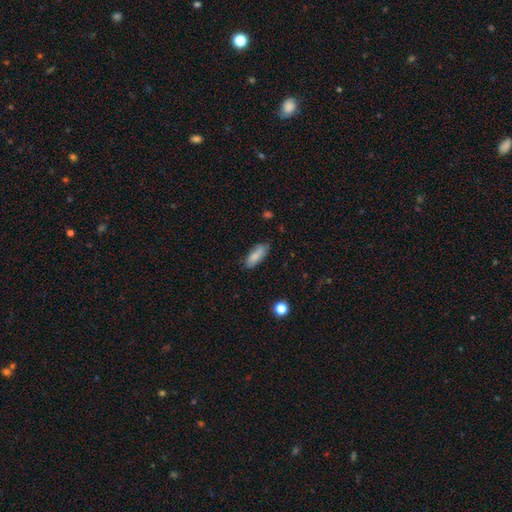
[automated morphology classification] Smooth or featured?
  - smooth: 83% *
  - featured or disk: 10%
  - star or artifact: 7%
How rounded?
  - in between: 72% *
  - cigar-shaped: 26%
  - round: 2%
Merging?
  - none: 80% *
  - minor disturbance: 16%
  - major disturbance: 3%
  - merger: 1%